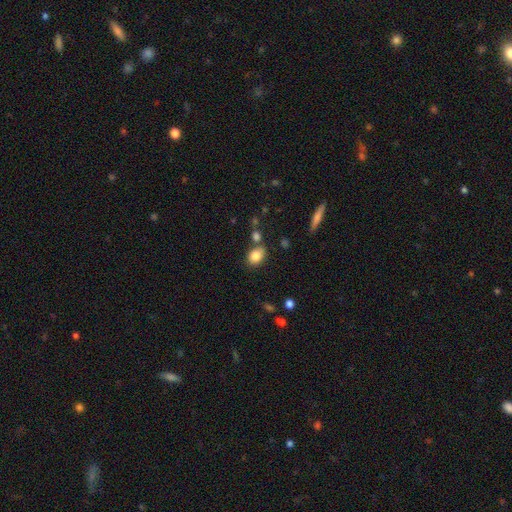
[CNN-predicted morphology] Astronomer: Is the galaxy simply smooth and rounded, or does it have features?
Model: smooth — 84%.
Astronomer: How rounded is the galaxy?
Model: in between — 68%.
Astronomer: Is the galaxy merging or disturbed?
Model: none — 66%.